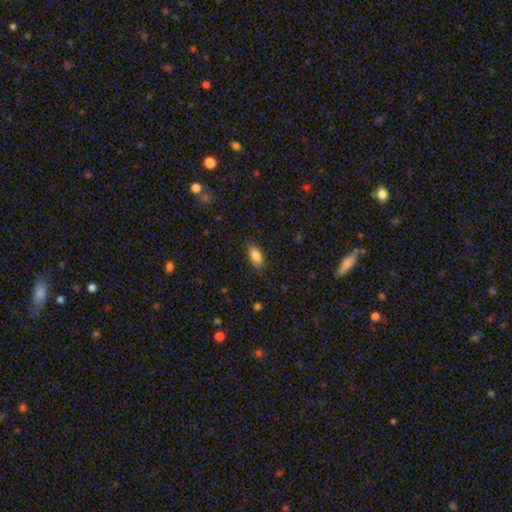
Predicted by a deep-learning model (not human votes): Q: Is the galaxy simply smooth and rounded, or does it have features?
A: smooth — 86%.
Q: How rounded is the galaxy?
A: in between — 89%.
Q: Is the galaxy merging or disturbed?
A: none — 83%.